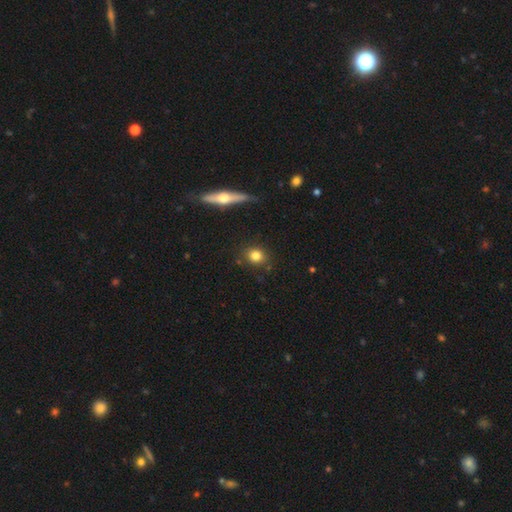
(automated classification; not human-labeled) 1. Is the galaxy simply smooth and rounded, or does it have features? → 81% smooth, 10% star or artifact, 9% featured or disk.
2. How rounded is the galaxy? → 76% round, 22% in between, 2% cigar-shaped.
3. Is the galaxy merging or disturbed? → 84% none, 11% minor disturbance, 3% merger, 3% major disturbance.